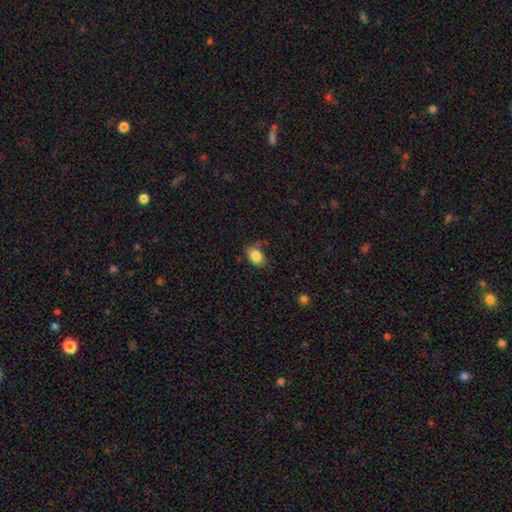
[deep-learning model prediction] Smooth or featured?
  - smooth: 84% *
  - star or artifact: 9%
  - featured or disk: 7%
How rounded?
  - in between: 75% *
  - round: 24%
  - cigar-shaped: 1%
Merging?
  - none: 66% *
  - minor disturbance: 25%
  - major disturbance: 6%
  - merger: 3%